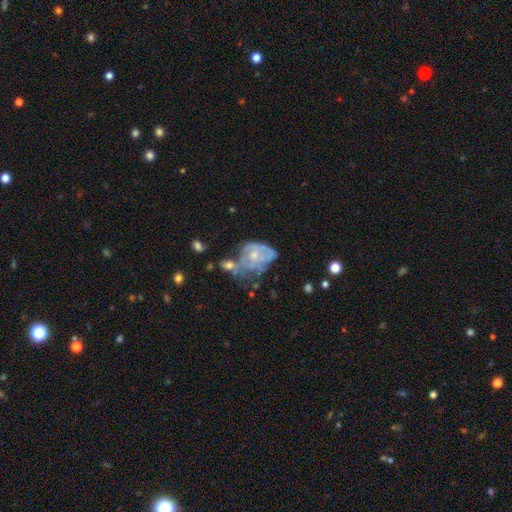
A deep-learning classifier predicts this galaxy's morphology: This appears to be a featured or disk galaxy (66%) with no bar (82%), no spiral arms (53%) and a small central bulge (51%). Merging: major disturbance (31%).